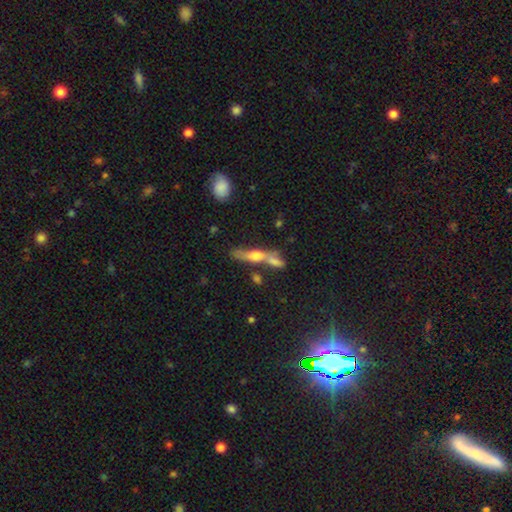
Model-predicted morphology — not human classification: type=featured or disk (45%, tied with smooth); merging=none (41%).